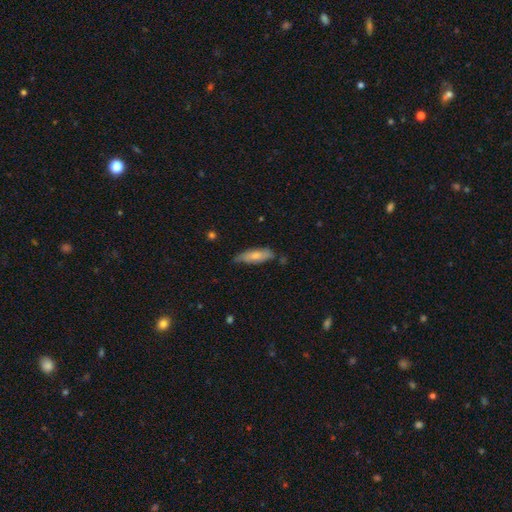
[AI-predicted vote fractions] smooth 69%, featured or disk 25%, star or artifact 6%. Down the decision tree: how rounded — in between (52%); merging — none (66%).